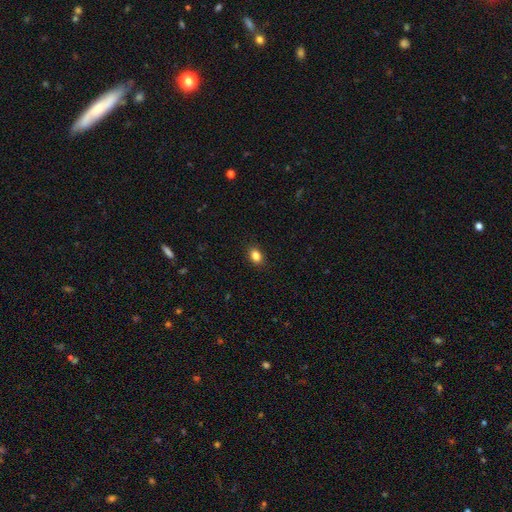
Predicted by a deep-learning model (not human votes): A smooth galaxy with no disk features (86%) that is in between round and cigar-shaped (77%). Merging: none (89%).